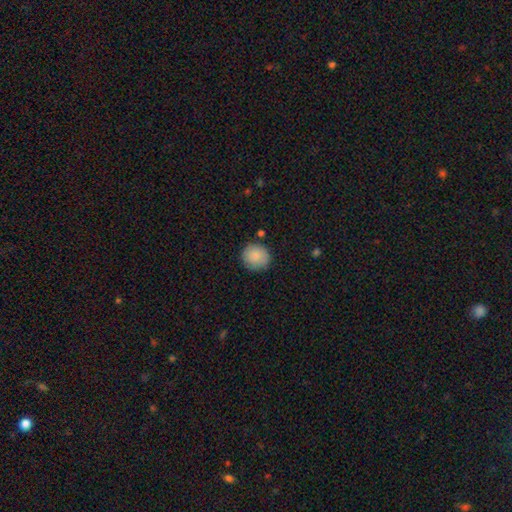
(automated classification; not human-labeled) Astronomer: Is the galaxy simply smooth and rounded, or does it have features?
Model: smooth — 86%.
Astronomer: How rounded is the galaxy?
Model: round — 90%.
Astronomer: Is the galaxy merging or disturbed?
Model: none — 83%.